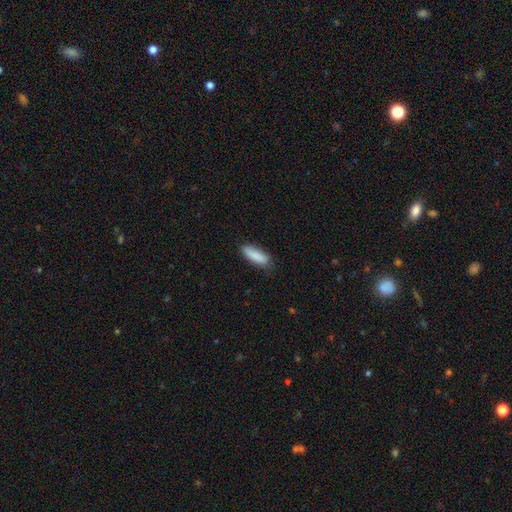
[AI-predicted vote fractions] A smooth galaxy with no disk features (87%) that is in between round and cigar-shaped (54%).

Vote fractions:
- Smooth or featured? smooth: 87% / featured or disk: 7% / star or artifact: 6%
- How rounded? in between: 54% / cigar-shaped: 45% / round: 2%
- Merging? none: 78% / minor disturbance: 17% / major disturbance: 3% / merger: 1%